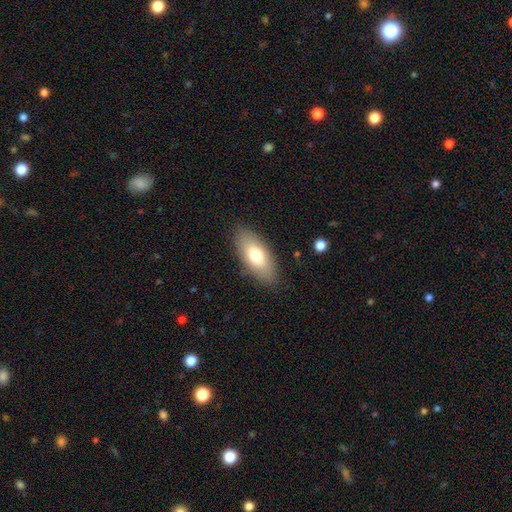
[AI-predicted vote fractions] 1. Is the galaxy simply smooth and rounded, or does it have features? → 73% smooth, 21% featured or disk, 7% star or artifact.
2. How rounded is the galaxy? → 86% in between, 12% cigar-shaped, 3% round.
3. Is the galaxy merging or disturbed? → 86% none, 10% minor disturbance, 3% major disturbance, 1% merger.